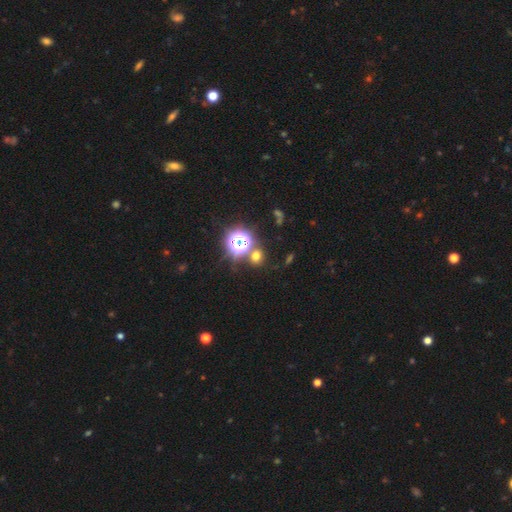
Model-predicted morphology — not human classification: This is possibly a smooth galaxy (55%). How rounded: likely round (77%). Merging: likely none (74%).